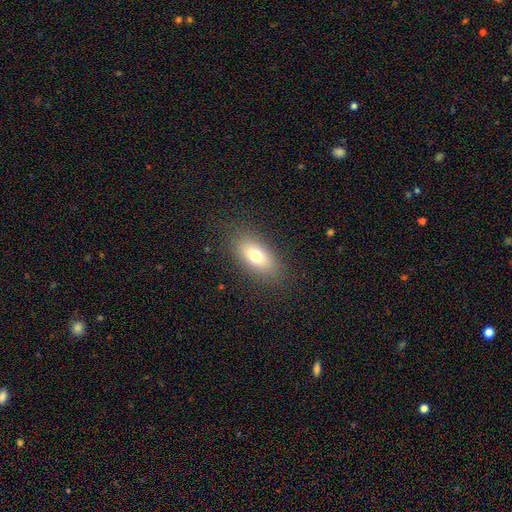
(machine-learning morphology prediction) smooth 74%, featured or disk 17%, star or artifact 10%. Down the decision tree: how rounded — in between (86%); merging — none (84%).